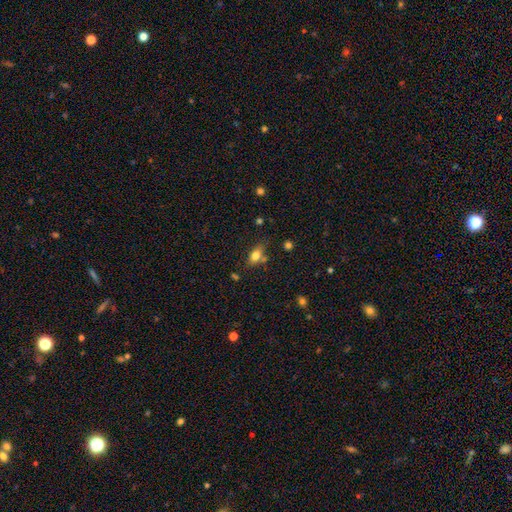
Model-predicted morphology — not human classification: Overall: smooth (77%). How rounded: in between (81%). Merging: none (63%).